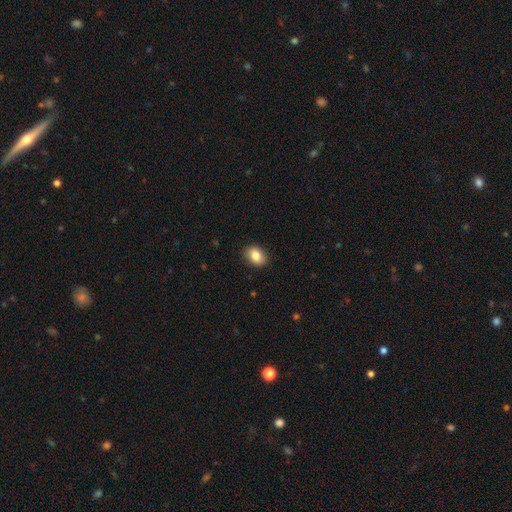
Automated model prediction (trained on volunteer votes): This is clearly a smooth galaxy (84%). How rounded: likely in between (75%). Merging: clearly none (89%).